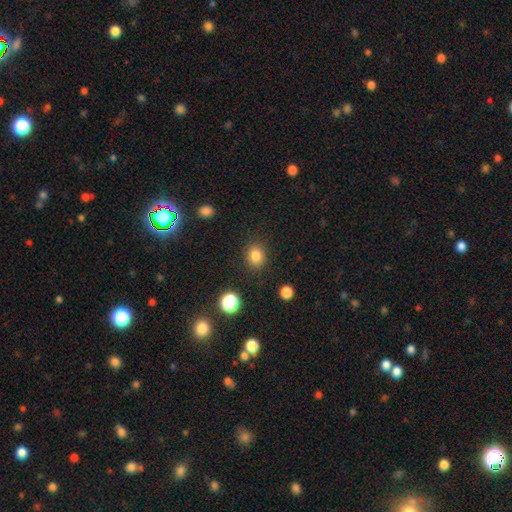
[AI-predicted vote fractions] smooth-or-featured: smooth: 83% | star or artifact: 12% | featured or disk: 5%
  how-rounded: round: 66% | in between: 33% | cigar-shaped: 1%
  merging: none: 87% | minor disturbance: 9% | major disturbance: 3% | merger: 2%